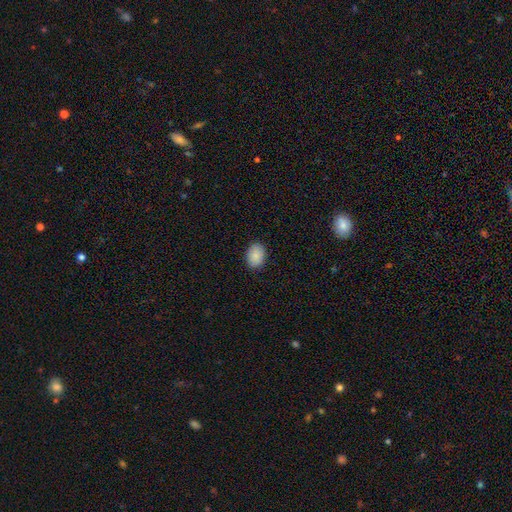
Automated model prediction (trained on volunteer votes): Overall: smooth (88%). How rounded: in between (76%). Merging: none (88%).